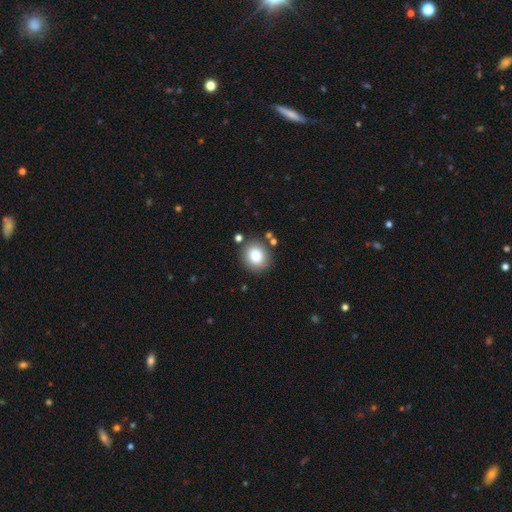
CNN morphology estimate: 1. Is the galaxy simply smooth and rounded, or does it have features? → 80% smooth, 10% featured or disk, 10% star or artifact.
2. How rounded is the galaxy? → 79% round, 20% in between, 1% cigar-shaped.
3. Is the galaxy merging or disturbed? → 82% none, 10% minor disturbance, 5% merger, 3% major disturbance.